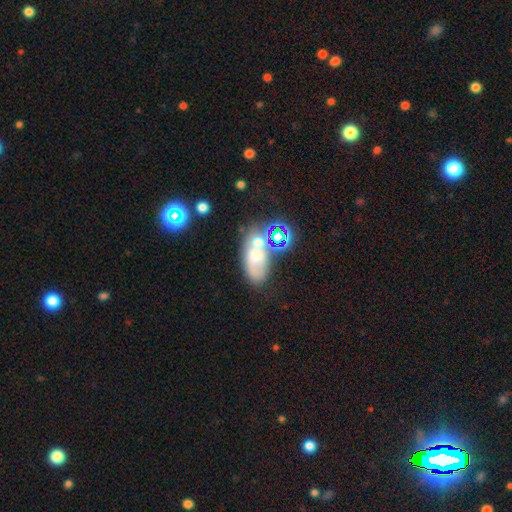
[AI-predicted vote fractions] smooth-or-featured: smooth: 44% | featured or disk: 30% | star or artifact: 26%
  merging: merger: 35% | none: 32% | minor disturbance: 17% | major disturbance: 16%